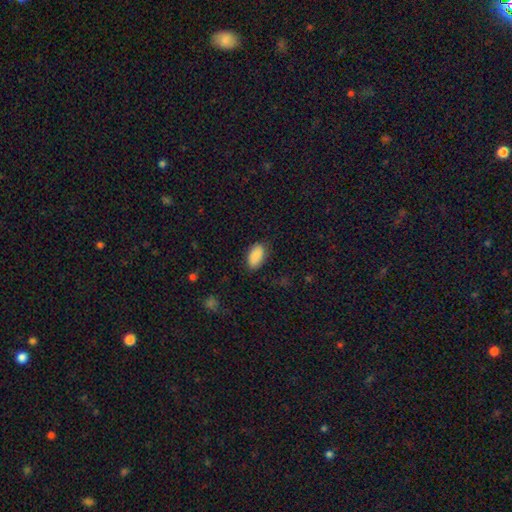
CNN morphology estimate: smooth_or_featured: smooth (p=0.90) [alt: star or artifact p=0.07]
how_rounded: in between (p=0.94) [alt: round p=0.04]
merging: none (p=0.83) [alt: minor disturbance p=0.12]